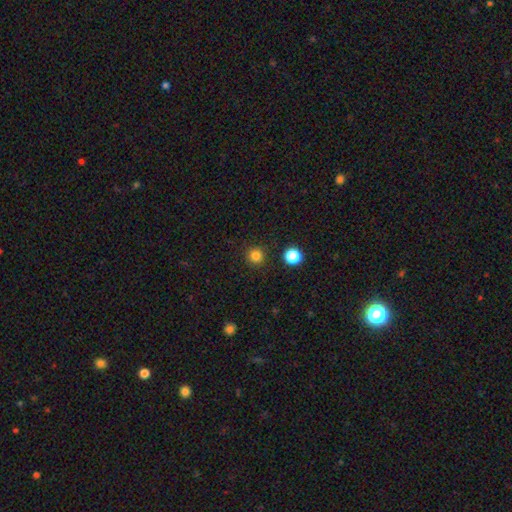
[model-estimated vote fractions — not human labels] smooth_or_featured: smooth (p=0.82) [alt: star or artifact p=0.14]
how_rounded: round (p=0.95) [alt: in between p=0.04]
merging: none (p=0.92) [alt: minor disturbance p=0.05]